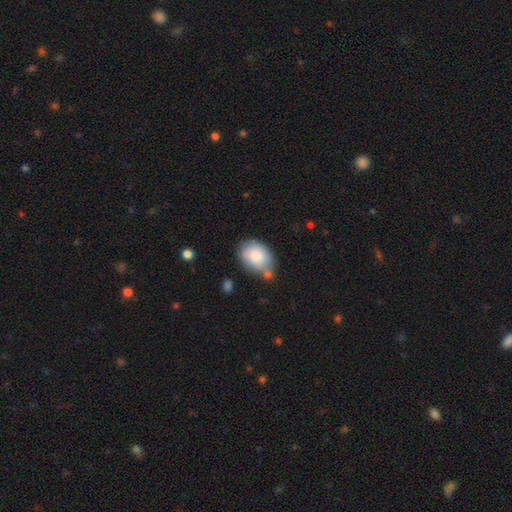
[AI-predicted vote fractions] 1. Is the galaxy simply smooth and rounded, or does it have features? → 81% smooth, 12% featured or disk, 7% star or artifact.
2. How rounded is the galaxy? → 77% in between, 22% round, 1% cigar-shaped.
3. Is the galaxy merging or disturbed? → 50% none, 28% minor disturbance, 14% merger, 7% major disturbance.